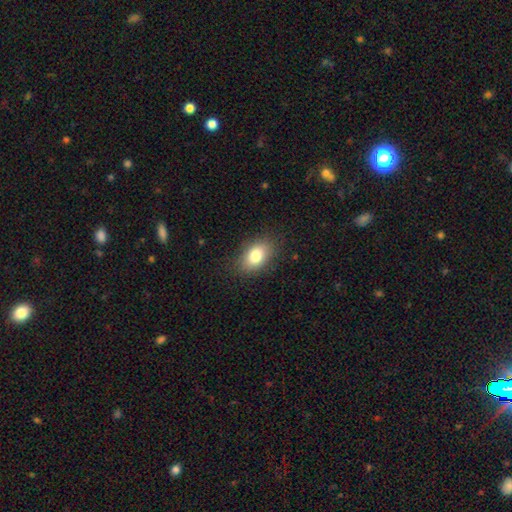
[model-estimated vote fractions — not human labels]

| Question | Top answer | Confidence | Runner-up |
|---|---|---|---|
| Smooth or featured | smooth | 81% | featured or disk (10%) |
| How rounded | in between | 88% | round (10%) |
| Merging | none | 84% | minor disturbance (11%) |